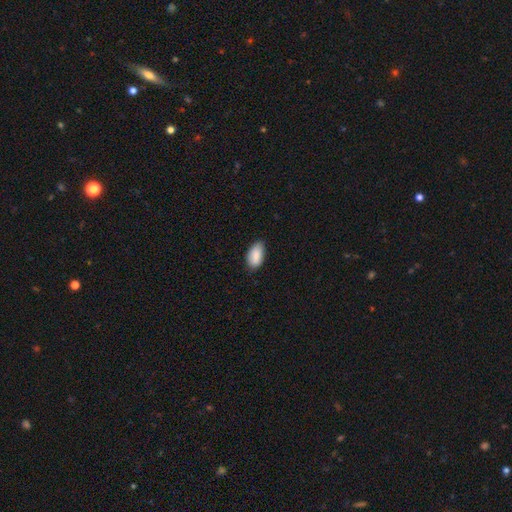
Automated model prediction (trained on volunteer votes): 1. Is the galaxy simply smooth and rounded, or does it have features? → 87% smooth, 7% star or artifact, 6% featured or disk.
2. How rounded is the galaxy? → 94% in between, 3% round, 3% cigar-shaped.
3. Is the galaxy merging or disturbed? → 71% none, 25% minor disturbance, 3% major disturbance, 1% merger.